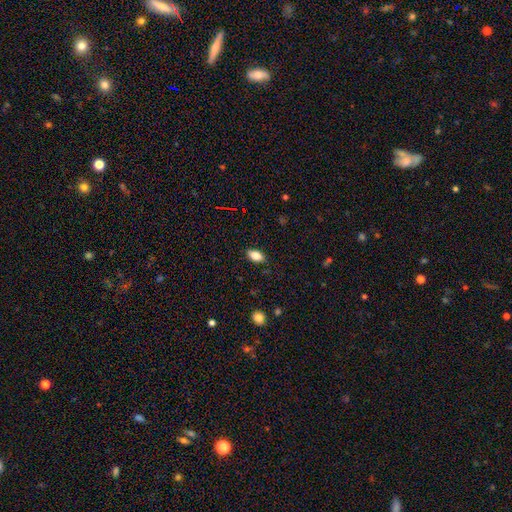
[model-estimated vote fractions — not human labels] Smooth or featured? smooth (80%)
How rounded? in between (89%)
Merging? none (86%)